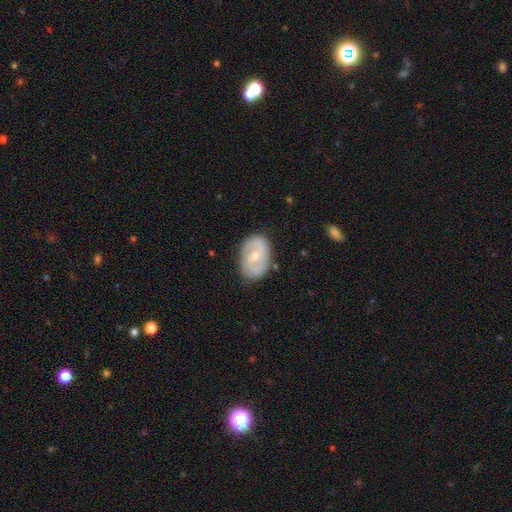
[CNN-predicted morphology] Smooth or featured: featured or disk — 66% (smooth — 28%)
Edge-on disk: no — 96% (yes — 4%)
Bar: weak — 48% (no — 35%)
Spiral arms: yes — 75% (no — 25%)
Bulge size: moderate — 48% (tied with small — 48%)
Merging: none — 78% (minor disturbance — 16%)